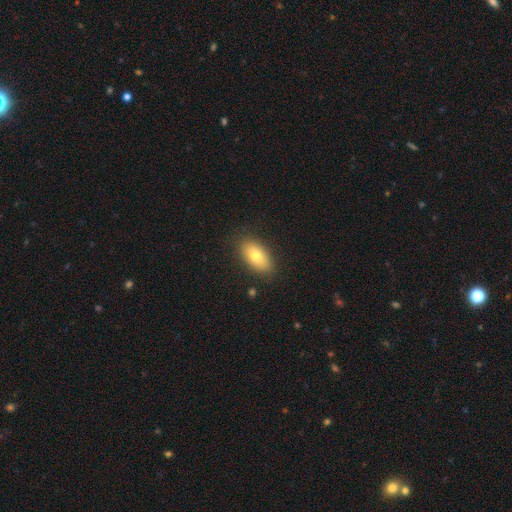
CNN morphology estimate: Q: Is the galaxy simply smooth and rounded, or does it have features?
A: smooth — 75%.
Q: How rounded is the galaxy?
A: in between — 90%.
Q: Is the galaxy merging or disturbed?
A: none — 87%.